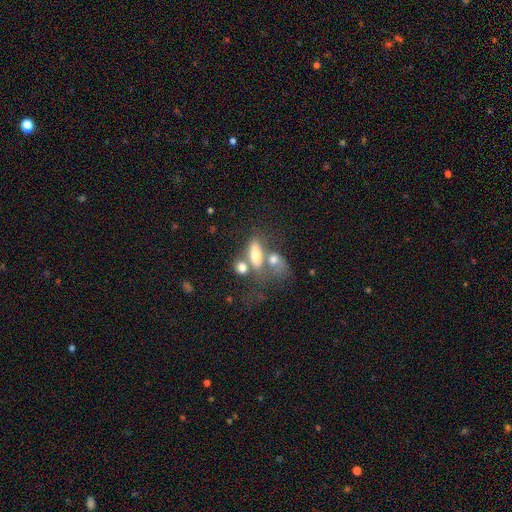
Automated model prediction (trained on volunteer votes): Overall: smooth (63%; featured or disk 27%). How rounded: in between (73%). Merging: merger (52%; none 25%).